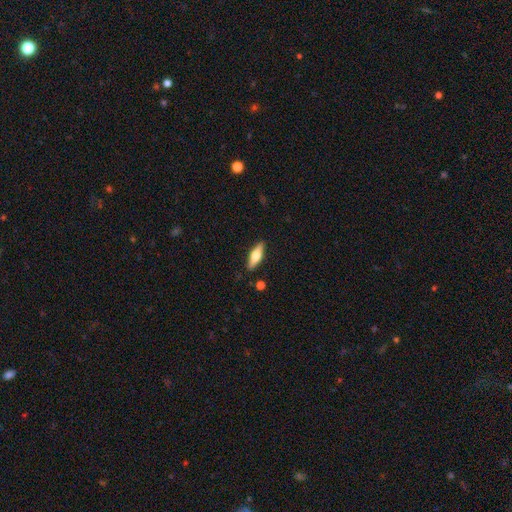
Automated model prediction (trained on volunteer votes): This appears to be a smooth galaxy with no disk features (50%) that is in between round and cigar-shaped (49%). Merging: none (88%).